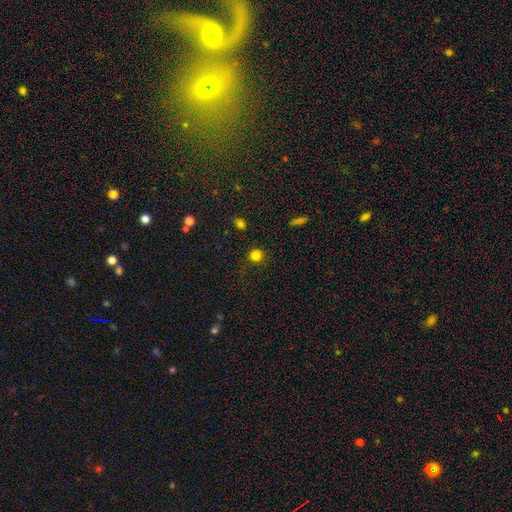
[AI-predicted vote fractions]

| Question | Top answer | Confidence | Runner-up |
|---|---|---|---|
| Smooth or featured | smooth | 81% | star or artifact (15%) |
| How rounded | round | 91% | in between (8%) |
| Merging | none | 86% | minor disturbance (9%) |